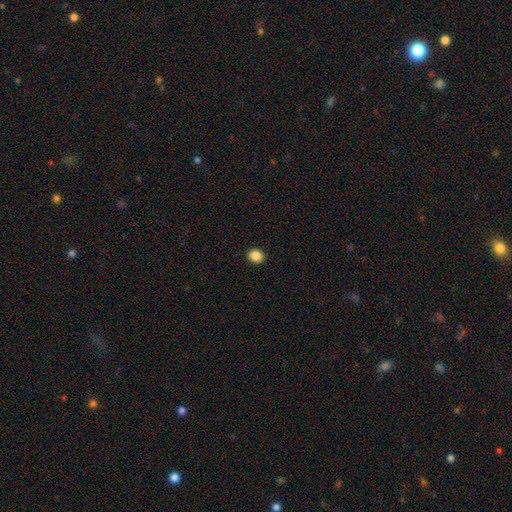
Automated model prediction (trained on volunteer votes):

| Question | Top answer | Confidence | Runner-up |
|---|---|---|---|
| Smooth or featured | smooth | 87% | star or artifact (10%) |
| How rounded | round | 69% | in between (30%) |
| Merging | none | 92% | minor disturbance (5%) |